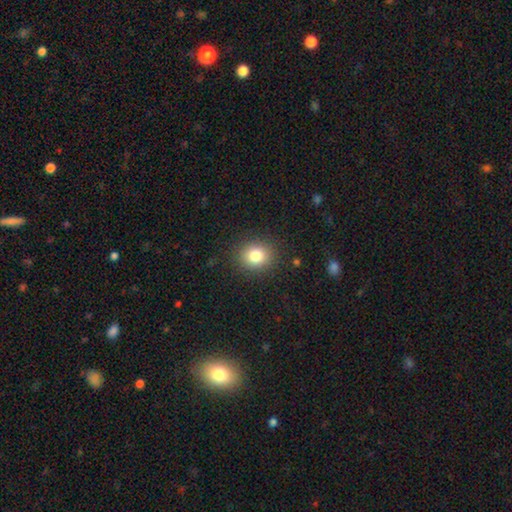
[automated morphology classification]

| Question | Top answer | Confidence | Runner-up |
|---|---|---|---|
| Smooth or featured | smooth | 81% | star or artifact (11%) |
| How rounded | round | 74% | in between (25%) |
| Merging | none | 88% | minor disturbance (8%) |